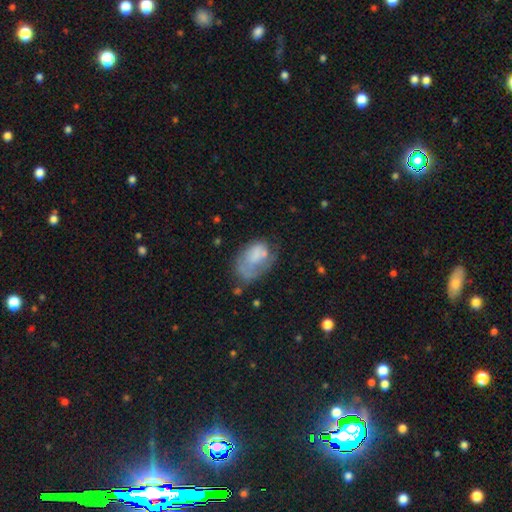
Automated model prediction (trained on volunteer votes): Q: Smooth or featured?
A: smooth (54%); runner-up: featured or disk (38%)
Q: How rounded?
A: in between (88%); runner-up: round (11%)
Q: Merging?
A: none (33%); runner-up: major disturbance (32%)